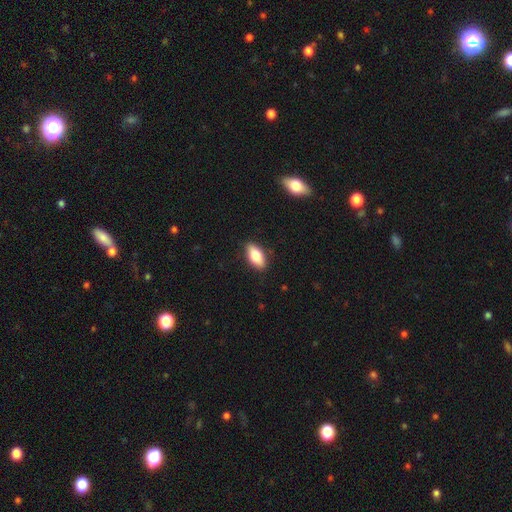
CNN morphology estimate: Overall: smooth (76%). How rounded: in between (87%). Merging: none (87%).